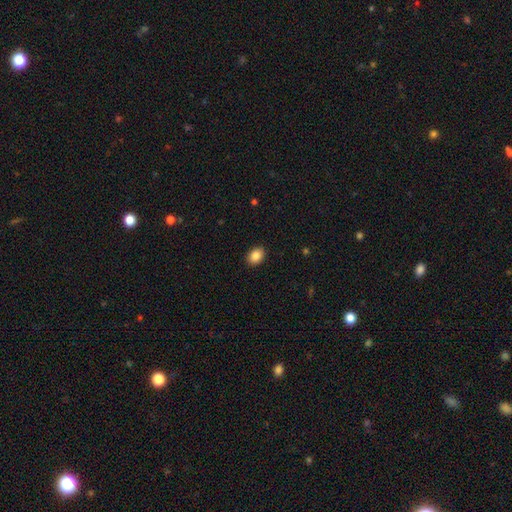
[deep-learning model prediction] This appears to be a smooth galaxy with no disk features (87%) that is in between round and cigar-shaped (73%). Merging: none (90%).